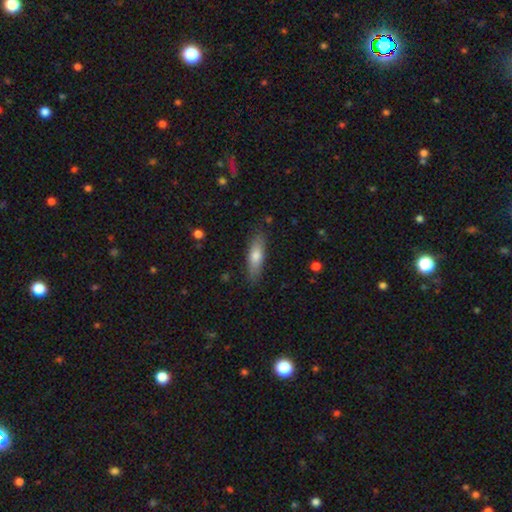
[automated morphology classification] Smooth or featured? smooth (68%)
How rounded? cigar-shaped (60%)
Merging? none (86%)